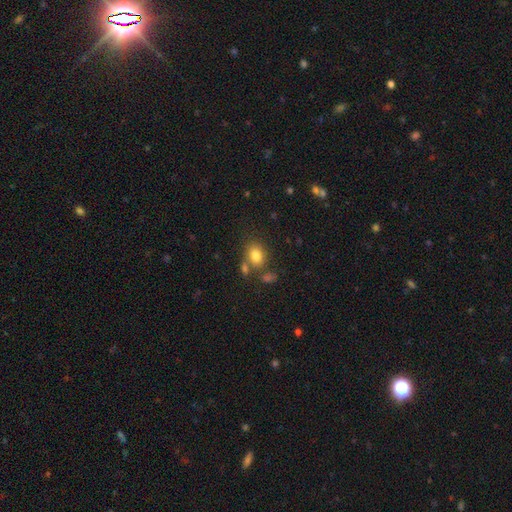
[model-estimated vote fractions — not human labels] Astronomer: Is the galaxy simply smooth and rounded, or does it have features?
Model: smooth — 81%.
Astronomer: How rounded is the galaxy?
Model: in between — 59% (runner-up: round, 40%).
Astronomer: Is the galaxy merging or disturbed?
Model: none — 64%.